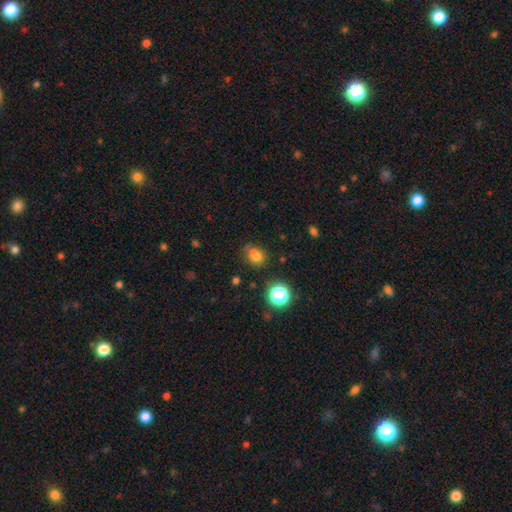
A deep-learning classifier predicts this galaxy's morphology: Smooth or featured? smooth (74%)
How rounded? in between (50%)
Merging? none (59%)